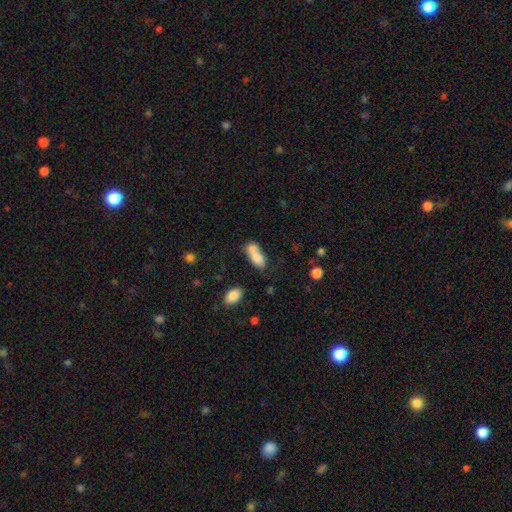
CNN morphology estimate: Smooth or featured: smooth — 77% (featured or disk — 14%)
How rounded: in between — 81% (cigar-shaped — 13%)
Merging: merger — 55% (none — 26%)